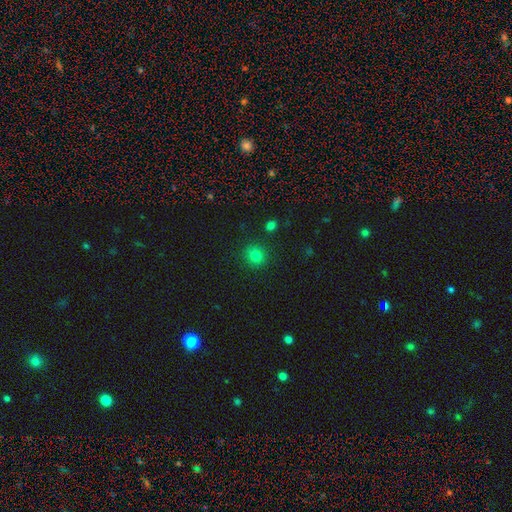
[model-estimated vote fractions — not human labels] Smooth or featured: smooth — 79% (star or artifact — 15%)
How rounded: round — 87% (in between — 13%)
Merging: none — 88% (minor disturbance — 7%)